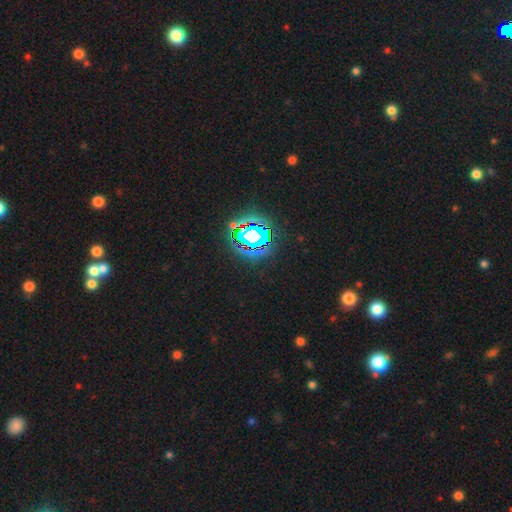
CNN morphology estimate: Q: Smooth or featured?
A: star or artifact (83%); runner-up: smooth (10%)